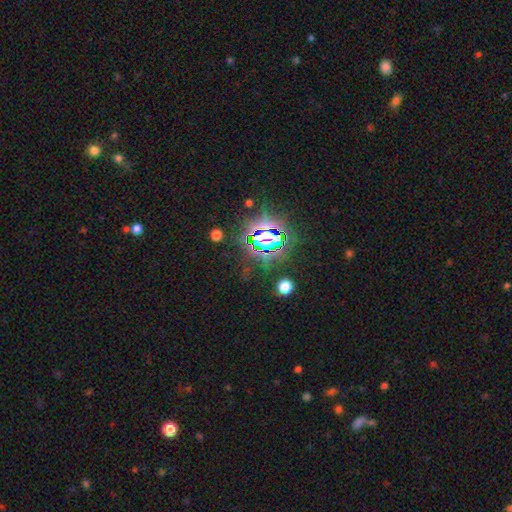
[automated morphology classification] Q: Smooth or featured?
A: star or artifact (81%); runner-up: smooth (12%)